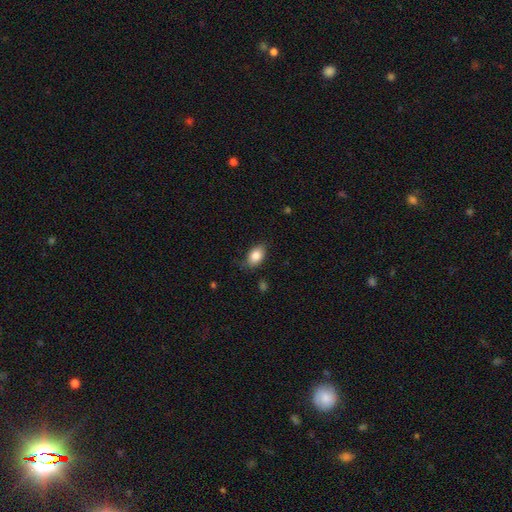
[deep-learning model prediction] Morphology: type=smooth (85%); roundness=in between (89%); merging=none (77%).